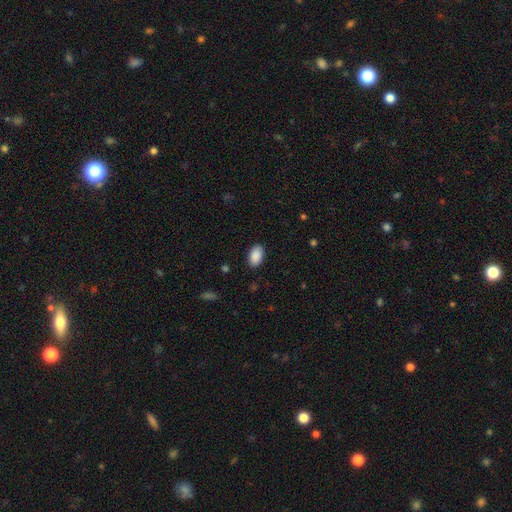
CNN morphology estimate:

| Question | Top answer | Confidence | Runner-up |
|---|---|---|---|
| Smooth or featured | smooth | 90% | star or artifact (7%) |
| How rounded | in between | 94% | round (5%) |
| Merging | none | 88% | minor disturbance (9%) |